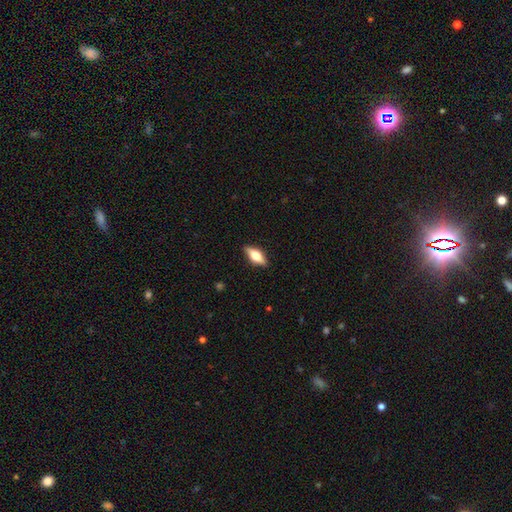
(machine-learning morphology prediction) Smooth or featured?
  - featured or disk: 48% *
  - smooth: 45%
  - star or artifact: 7%
Merging?
  - none: 88% *
  - minor disturbance: 9%
  - major disturbance: 2%
  - merger: 1%